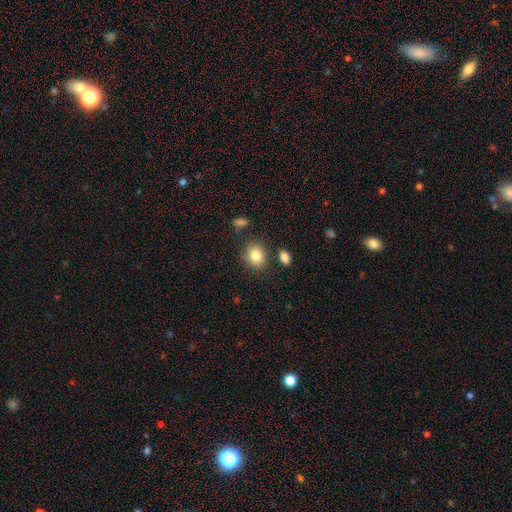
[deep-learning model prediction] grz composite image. It shows a smooth galaxy with no disk features (83%) that is round (63%). Merging: none (79%).